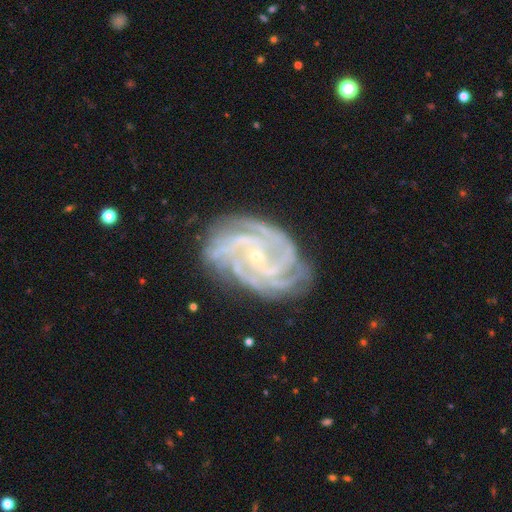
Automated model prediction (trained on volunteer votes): Smooth or featured? Predicted: featured or disk (p=0.91). Edge-on disk? Predicted: no (p=0.98). Bar? Predicted: no (p=0.61). Spiral arms? Predicted: yes (p=0.98). Spiral winding? Predicted: tight (p=0.62). Spiral arm count? Predicted: 4 (p=0.32). Bulge size? Predicted: small (p=0.83). Merging? Predicted: none (p=0.76).